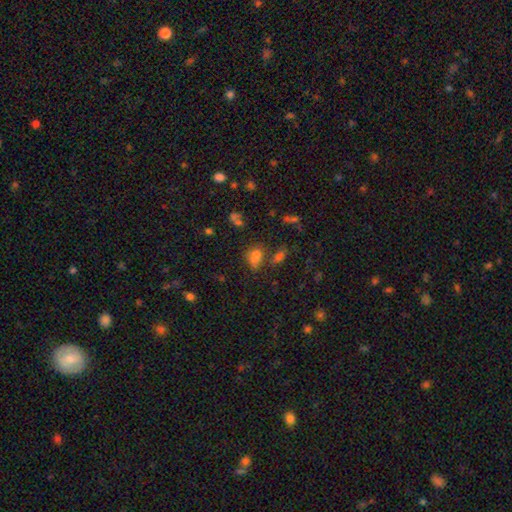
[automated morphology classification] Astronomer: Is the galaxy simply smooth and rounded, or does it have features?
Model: smooth — 66%.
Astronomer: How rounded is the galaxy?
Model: in between — 66%.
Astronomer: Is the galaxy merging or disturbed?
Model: none — 45% (runner-up: merger, 28%).